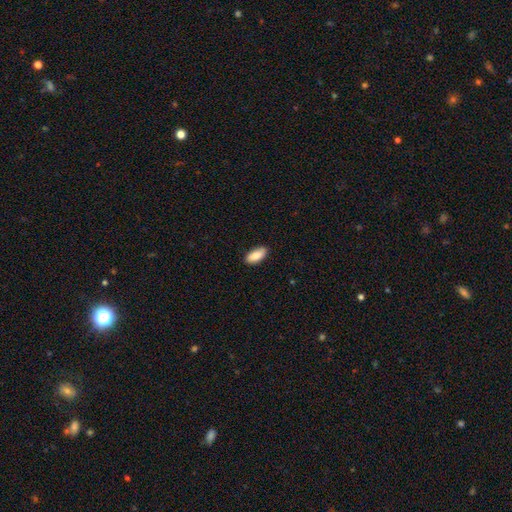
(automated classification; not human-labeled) The model was most divided on "merging": none: 85%, minor disturbance: 12%, major disturbance: 2%, merger: 1%. More confident: how rounded — in between (86%); smooth or featured — smooth (85%).